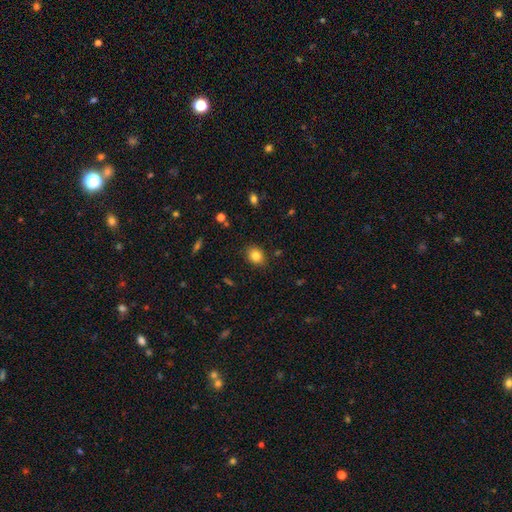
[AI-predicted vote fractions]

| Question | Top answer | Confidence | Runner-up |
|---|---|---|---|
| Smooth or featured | smooth | 83% | star or artifact (10%) |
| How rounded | round | 50% | in between (49%) |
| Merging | none | 86% | minor disturbance (10%) |